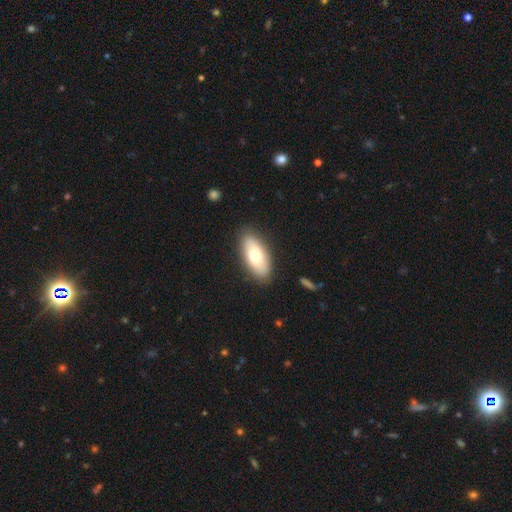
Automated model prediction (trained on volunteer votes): Smooth or featured: smooth — 69% (featured or disk — 25%)
How rounded: in between — 89% (cigar-shaped — 9%)
Merging: none — 87% (minor disturbance — 10%)